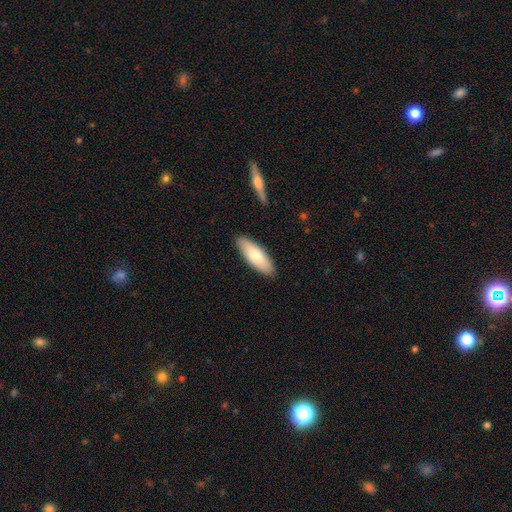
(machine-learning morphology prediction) Smooth or featured? smooth (74%)
How rounded? in between (66%)
Merging? none (89%)